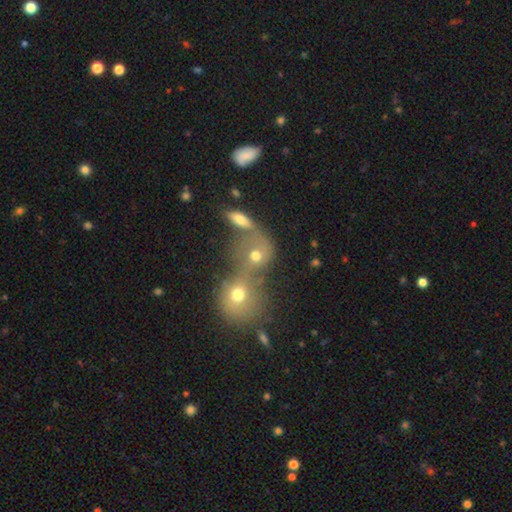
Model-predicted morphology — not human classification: smooth-or-featured: smooth: 60% | featured or disk: 25% | star or artifact: 15%
  how-rounded: round: 67% | in between: 30% | cigar-shaped: 3%
  merging: merger: 64% | none: 24% | minor disturbance: 7% | major disturbance: 5%